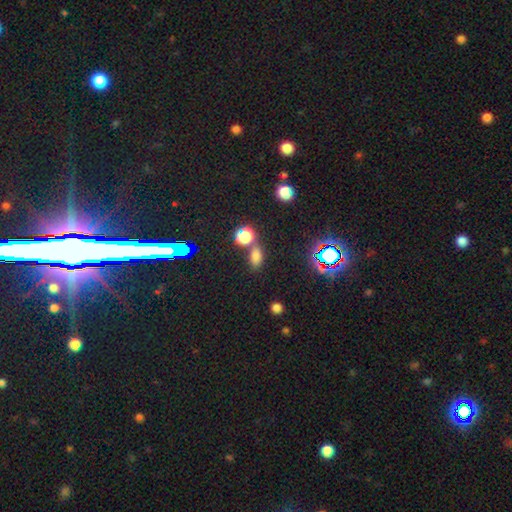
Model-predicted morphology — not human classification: A smooth galaxy with no disk features (69%) that is in between round and cigar-shaped (75%). Merging: none (59%).